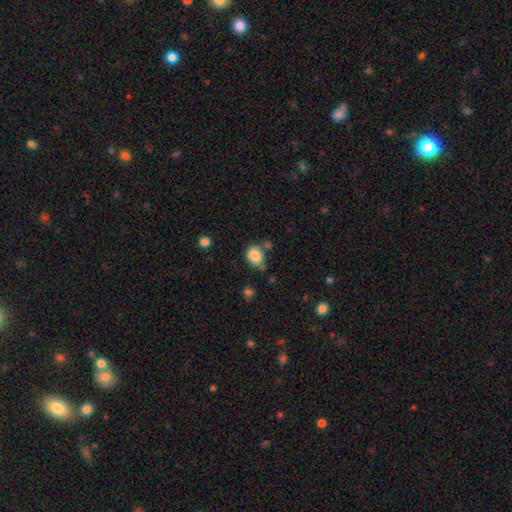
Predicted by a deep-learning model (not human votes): A smooth galaxy with no disk features (82%) that is in between round and cigar-shaped (61%). Merging: none (43%).